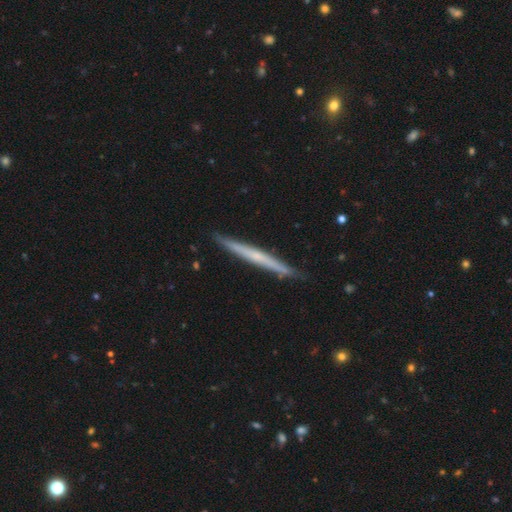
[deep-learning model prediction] Smooth or featured?
  - featured or disk: 59% *
  - smooth: 35%
  - star or artifact: 6%
Edge-on disk?
  - yes: 97% *
  - no: 3%
Edge-on bulge?
  - none: 66% *
  - rounded: 29%
  - boxy: 5%
Merging?
  - none: 89% *
  - minor disturbance: 8%
  - major disturbance: 1%
  - merger: 1%